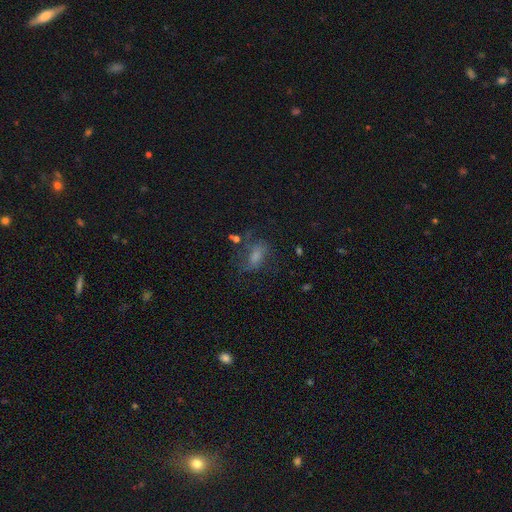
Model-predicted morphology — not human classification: Overall: smooth (53%; featured or disk 31%). How rounded: in between (81%). Merging: none (44%; major disturbance 28%).